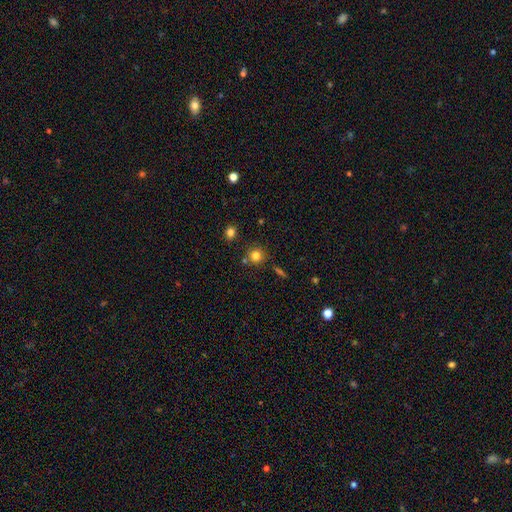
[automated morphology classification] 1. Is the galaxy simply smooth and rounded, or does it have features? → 80% smooth, 13% star or artifact, 7% featured or disk.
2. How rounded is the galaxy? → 91% round, 8% in between, 1% cigar-shaped.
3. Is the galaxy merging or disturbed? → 79% none, 9% minor disturbance, 9% merger, 3% major disturbance.